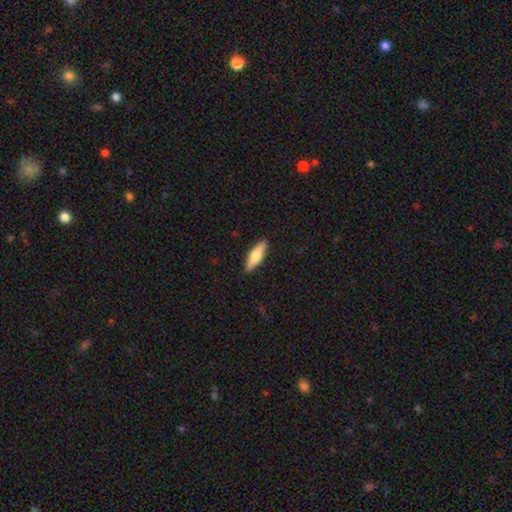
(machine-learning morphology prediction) This is likely a smooth galaxy (61%). How rounded: possibly cigar-shaped (60%). Merging: clearly none (90%).